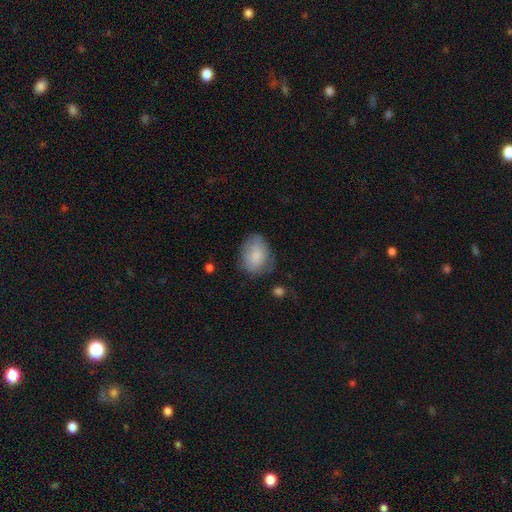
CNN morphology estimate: type=smooth (80%); roundness=in between (62%); merging=none (63%).